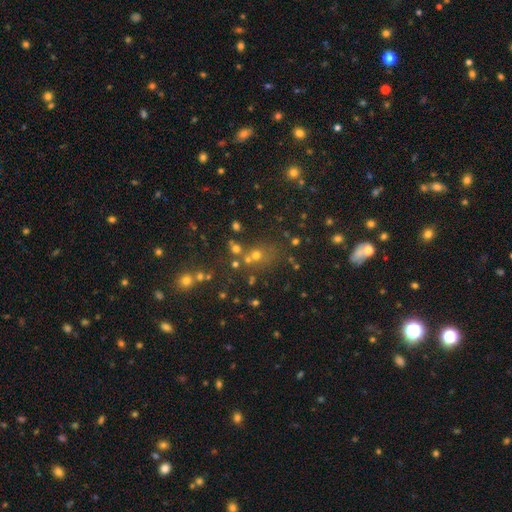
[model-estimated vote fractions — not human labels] Smooth or featured? star or artifact (49%)